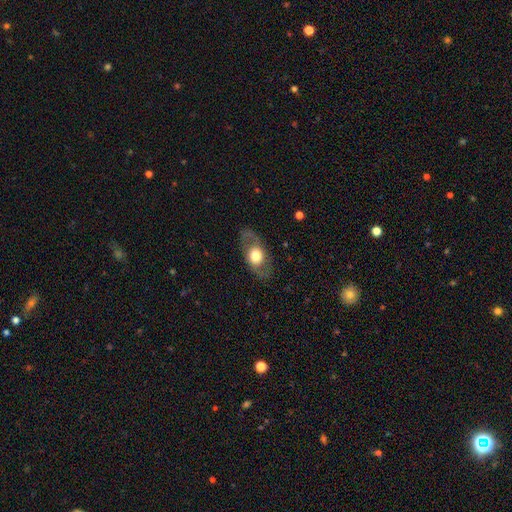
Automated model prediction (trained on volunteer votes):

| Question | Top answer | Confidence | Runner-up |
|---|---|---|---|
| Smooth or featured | featured or disk | 54% | smooth (41%) |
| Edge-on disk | no | 85% | yes (15%) |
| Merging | none | 80% | minor disturbance (12%) |